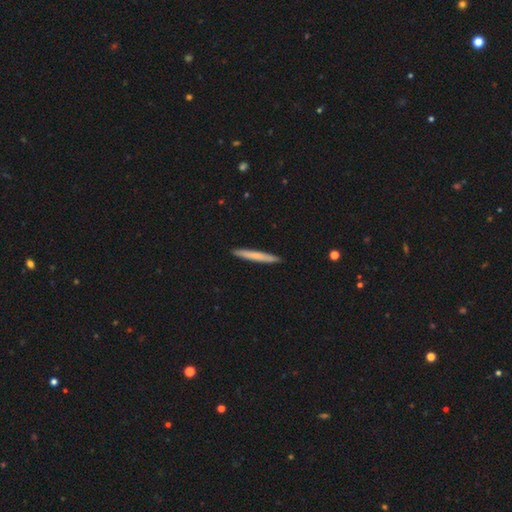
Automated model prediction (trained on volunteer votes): smooth-or-featured: smooth: 70% | featured or disk: 25% | star or artifact: 5%
  how-rounded: cigar-shaped: 97% | in between: 2% | round: 1%
  merging: none: 92% | minor disturbance: 5% | major disturbance: 1% | merger: 1%